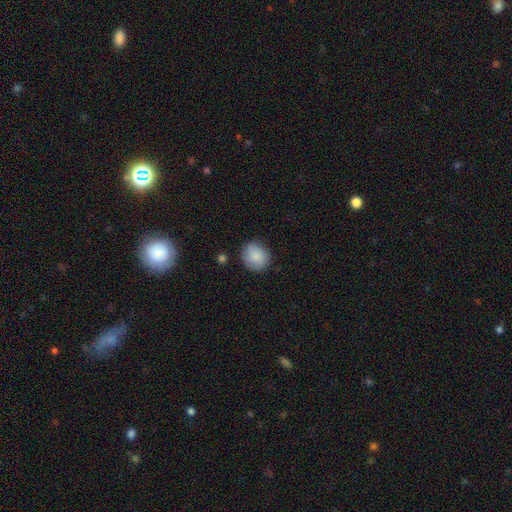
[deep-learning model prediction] Q: Smooth or featured?
A: smooth (84%); runner-up: featured or disk (9%)
Q: How rounded?
A: round (82%); runner-up: in between (17%)
Q: Merging?
A: none (77%); runner-up: minor disturbance (17%)